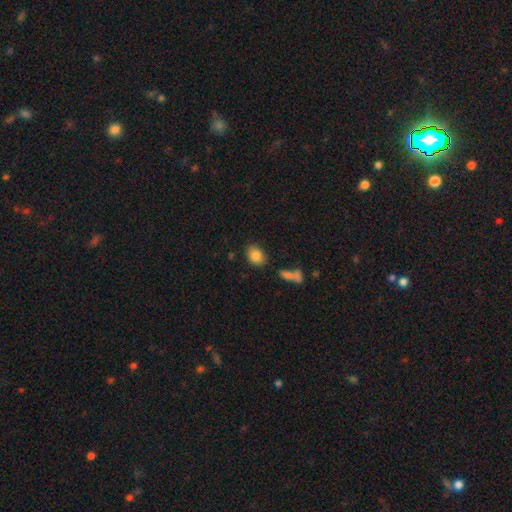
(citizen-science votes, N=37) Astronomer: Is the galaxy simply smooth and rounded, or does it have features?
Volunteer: smooth — 86%.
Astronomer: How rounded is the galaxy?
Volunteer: in between — 72%.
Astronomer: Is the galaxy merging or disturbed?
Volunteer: none — 77%.